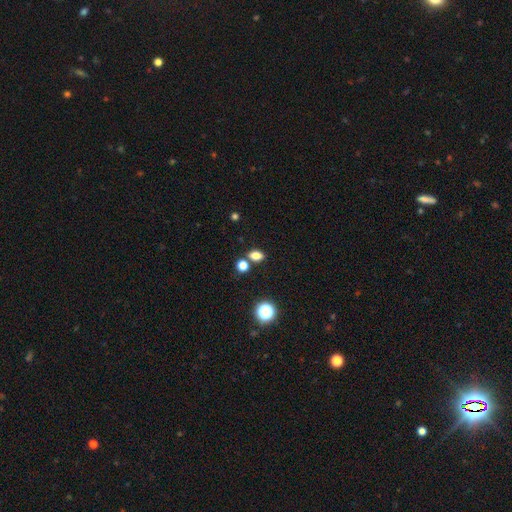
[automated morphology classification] A smooth galaxy with no disk features (79%) that is in between round and cigar-shaped (75%). Merging: none (70%).